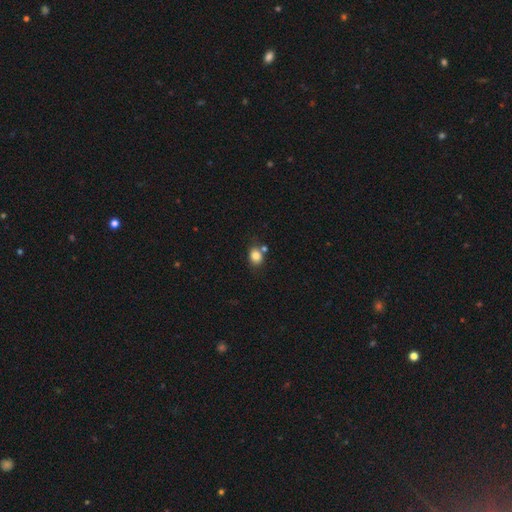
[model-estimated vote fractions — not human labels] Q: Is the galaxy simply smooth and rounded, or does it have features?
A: smooth — 82%.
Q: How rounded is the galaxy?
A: round — 50%.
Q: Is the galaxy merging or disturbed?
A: none — 65%.